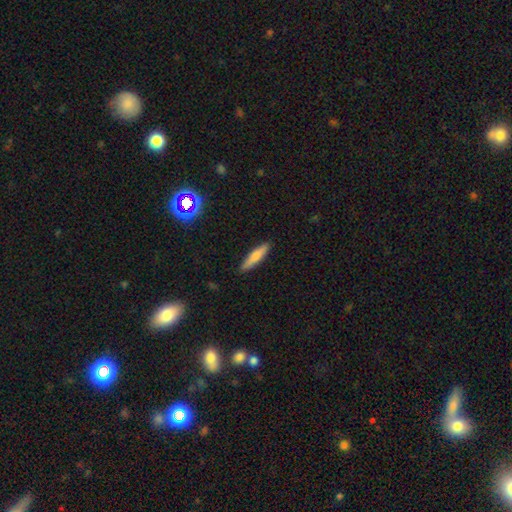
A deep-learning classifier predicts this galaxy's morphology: Q: Smooth or featured?
A: smooth (70%); runner-up: featured or disk (23%)
Q: How rounded?
A: cigar-shaped (82%); runner-up: in between (16%)
Q: Merging?
A: none (89%); runner-up: minor disturbance (8%)